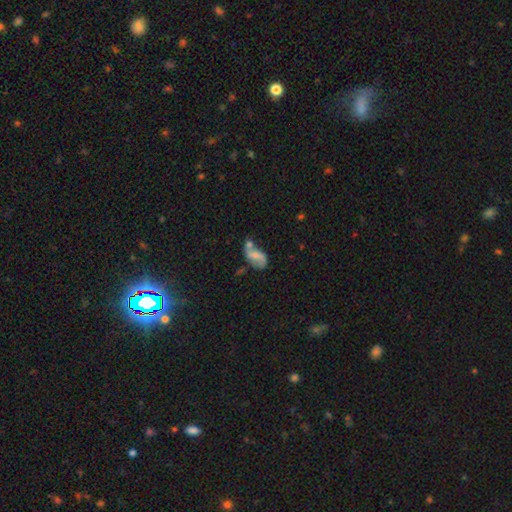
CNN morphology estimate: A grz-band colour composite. It shows a featured or disk galaxy (54%) with no bar (42%), spiral arms (77%) and a small central bulge (45%). Merging: none (35%).